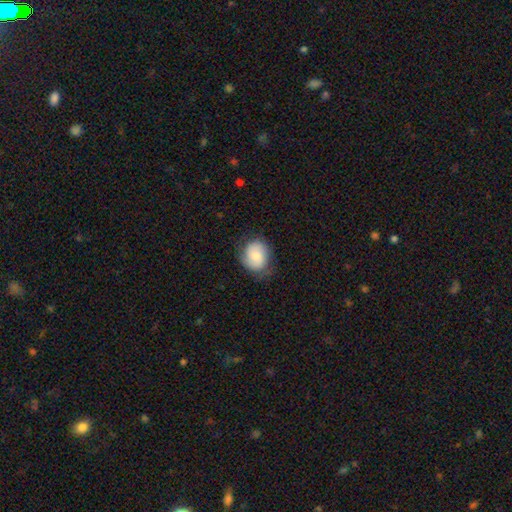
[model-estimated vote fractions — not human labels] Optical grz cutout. It shows a smooth galaxy with no disk features (66%) that is round (67%). Merging: none (71%).